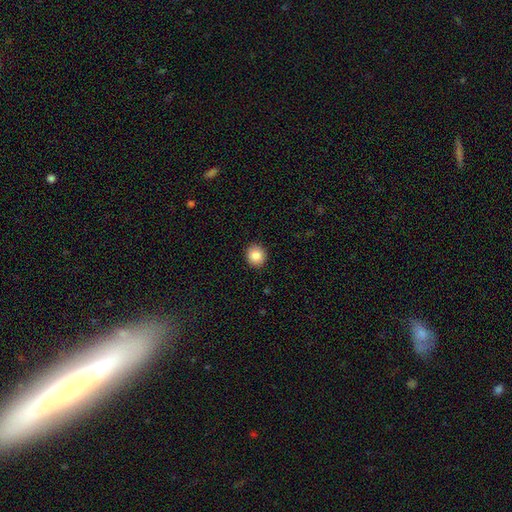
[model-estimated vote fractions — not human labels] smooth-or-featured: smooth: 87% | star or artifact: 9% | featured or disk: 5%
  how-rounded: round: 87% | in between: 12% | cigar-shaped: 1%
  merging: none: 92% | minor disturbance: 6% | major disturbance: 2% | merger: 1%